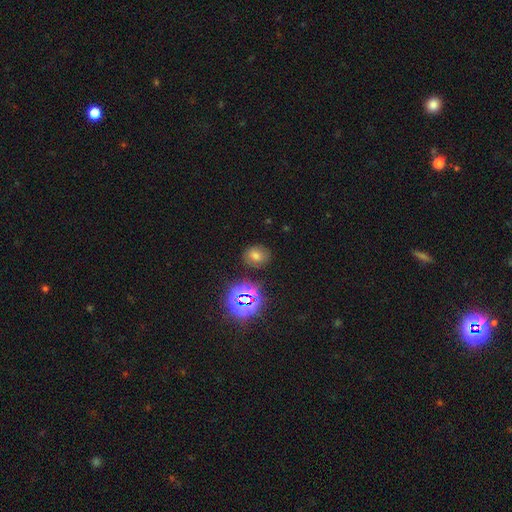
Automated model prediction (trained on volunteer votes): Smooth or featured? smooth (61%)
How rounded? round (57%)
Merging? none (81%)